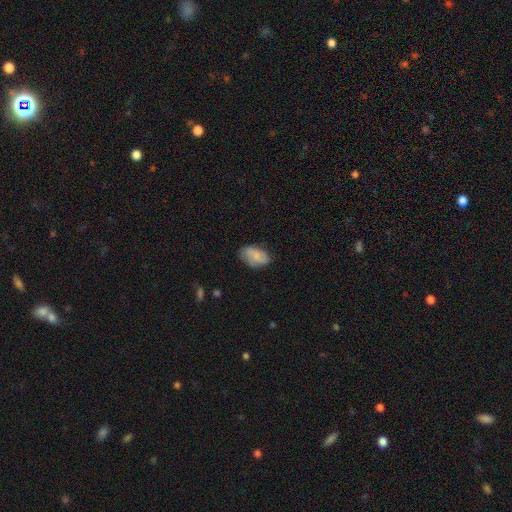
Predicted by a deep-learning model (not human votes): This appears to be a smooth galaxy with no disk features (72%) that is in between round and cigar-shaped (91%). Merging: none (67%).